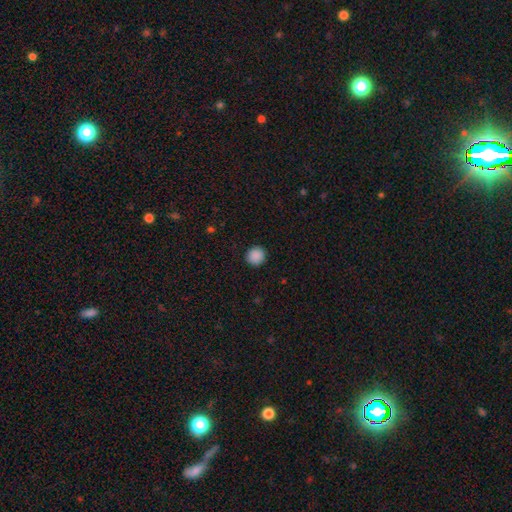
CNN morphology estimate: type=smooth (89%); roundness=round (93%); merging=none (92%).